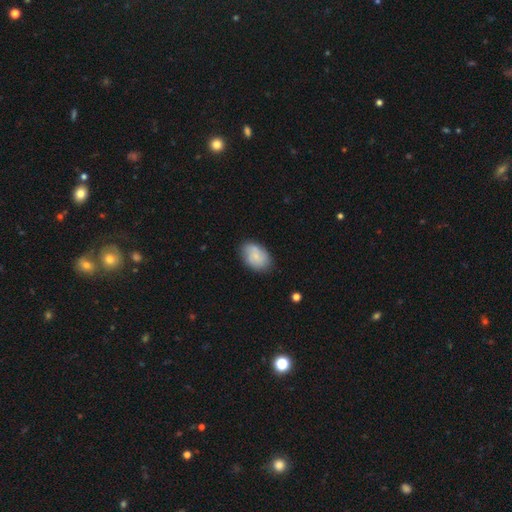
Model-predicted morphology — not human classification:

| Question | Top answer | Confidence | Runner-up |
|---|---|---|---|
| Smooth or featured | smooth | 67% | featured or disk (26%) |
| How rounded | in between | 86% | round (13%) |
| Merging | none | 73% | minor disturbance (20%) |